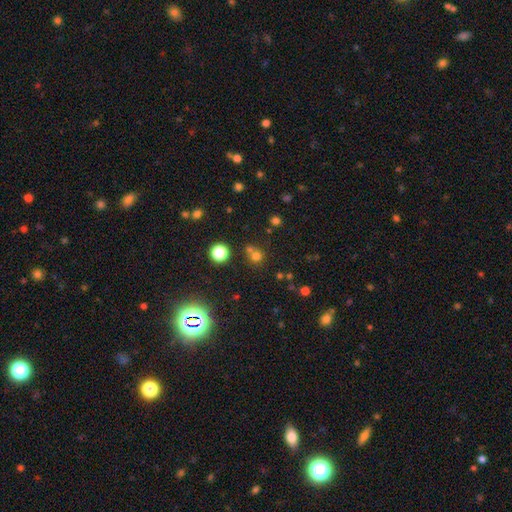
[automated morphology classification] Smooth or featured: smooth — 67% (star or artifact — 25%)
How rounded: round — 89% (in between — 10%)
Merging: none — 59% (merger — 30%)